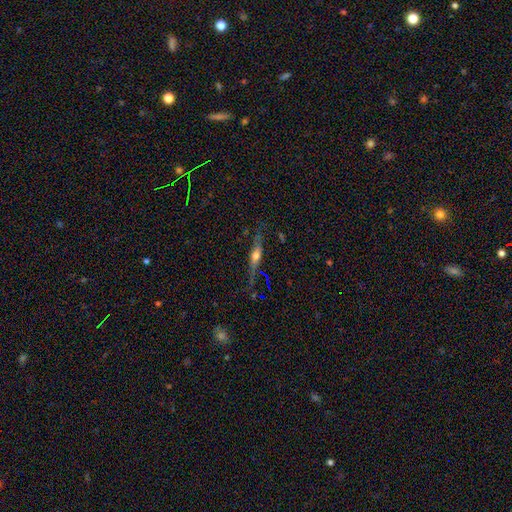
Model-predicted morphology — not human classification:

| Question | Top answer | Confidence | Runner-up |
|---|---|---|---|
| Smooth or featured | featured or disk | 58% | smooth (33%) |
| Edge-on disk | yes | 89% | no (11%) |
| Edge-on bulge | rounded | 86% | none (7%) |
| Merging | none | 72% | minor disturbance (18%) |